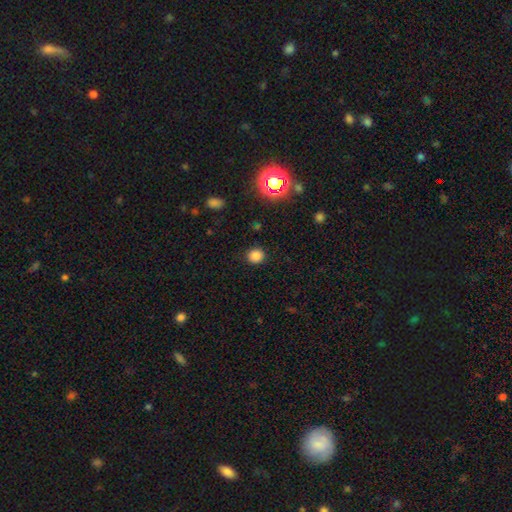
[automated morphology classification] Smooth or featured: smooth — 81% (star or artifact — 14%)
How rounded: round — 87% (in between — 12%)
Merging: none — 89% (minor disturbance — 7%)